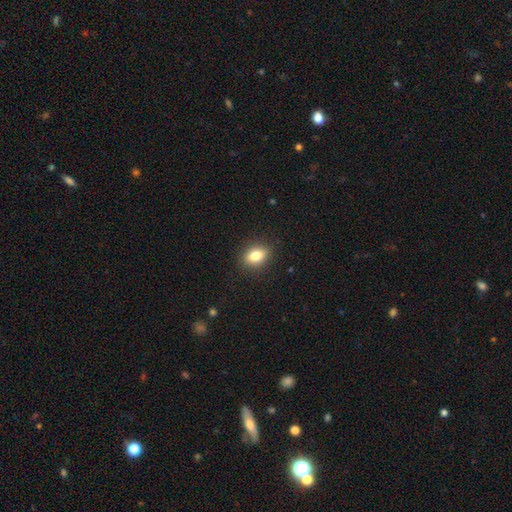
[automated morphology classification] smooth_or_featured: smooth (p=0.82) [alt: star or artifact p=0.09]
how_rounded: in between (p=0.74) [alt: round p=0.24]
merging: none (p=0.89) [alt: minor disturbance p=0.08]